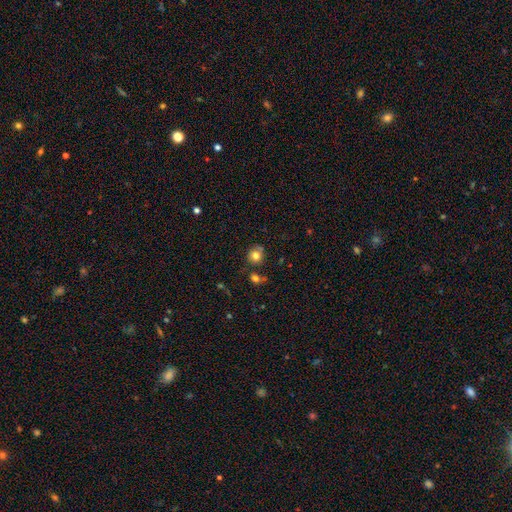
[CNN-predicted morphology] Smooth or featured? Predicted: smooth (p=0.79). How rounded? Predicted: round (p=0.89). Merging? Predicted: none (p=0.74).